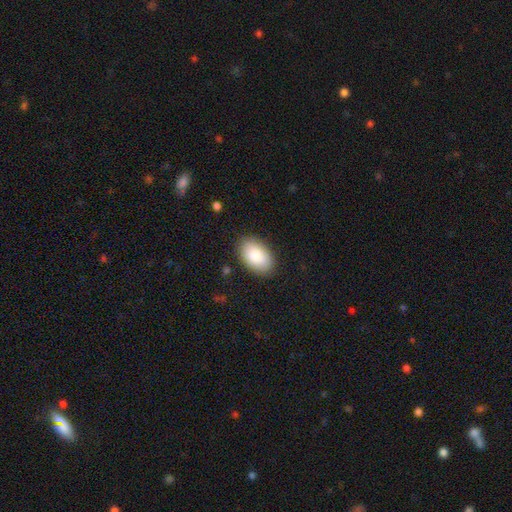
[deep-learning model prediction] smooth_or_featured: smooth (p=0.86) [alt: featured or disk p=0.08]
how_rounded: in between (p=0.93) [alt: round p=0.06]
merging: none (p=0.87) [alt: minor disturbance p=0.10]